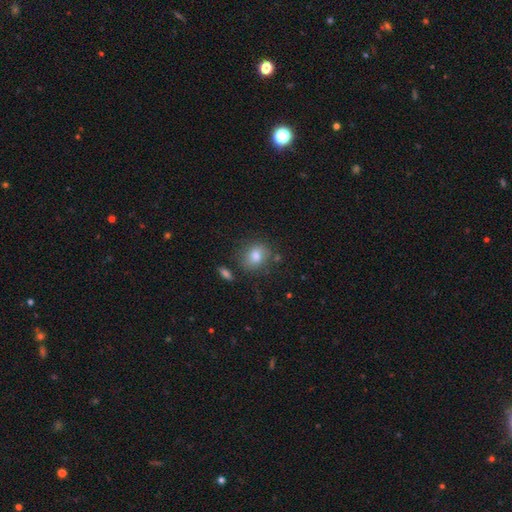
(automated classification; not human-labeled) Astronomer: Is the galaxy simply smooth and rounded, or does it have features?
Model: smooth — 80%.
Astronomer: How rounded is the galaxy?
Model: round — 62%.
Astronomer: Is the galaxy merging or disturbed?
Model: none — 74%.